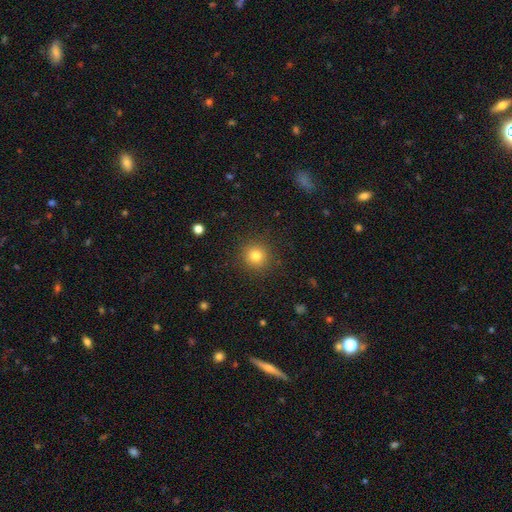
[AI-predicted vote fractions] This appears to be a smooth galaxy with no disk features (80%) that is round (93%). Merging: none (90%).